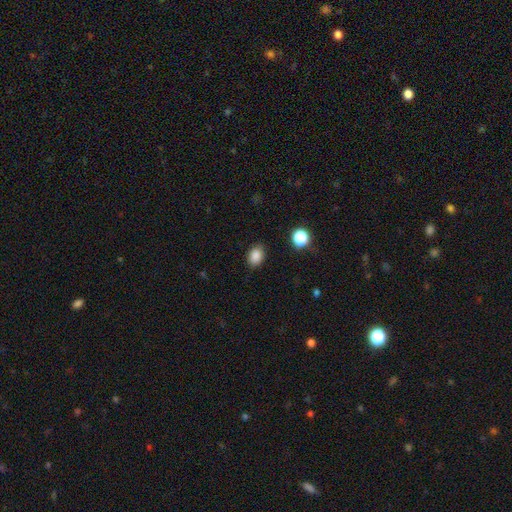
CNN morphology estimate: Smooth or featured: smooth — 86% (star or artifact — 11%)
How rounded: in between — 70% (round — 29%)
Merging: none — 86% (minor disturbance — 10%)